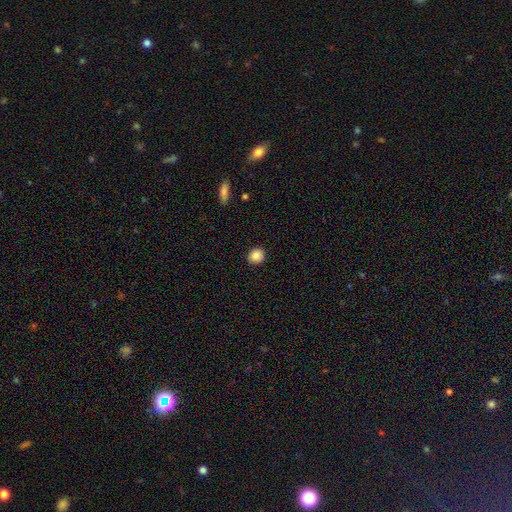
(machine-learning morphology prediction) This appears to be a smooth galaxy with no disk features (85%) that is round (85%). Merging: none (91%).